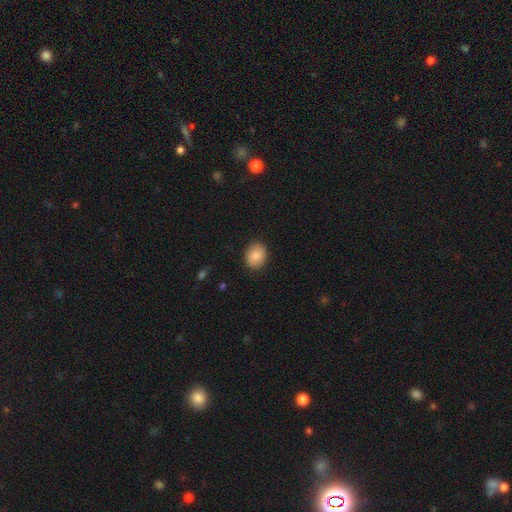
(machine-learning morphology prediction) smooth 83%, featured or disk 9%, star or artifact 8%. Down the decision tree: how rounded — round (53%); merging — none (86%).